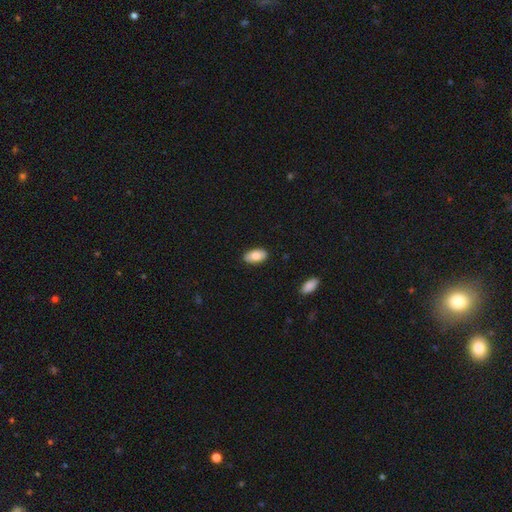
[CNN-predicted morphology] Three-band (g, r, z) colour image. It shows a smooth galaxy with no disk features (80%) that is in between round and cigar-shaped (95%). Merging: none (88%).